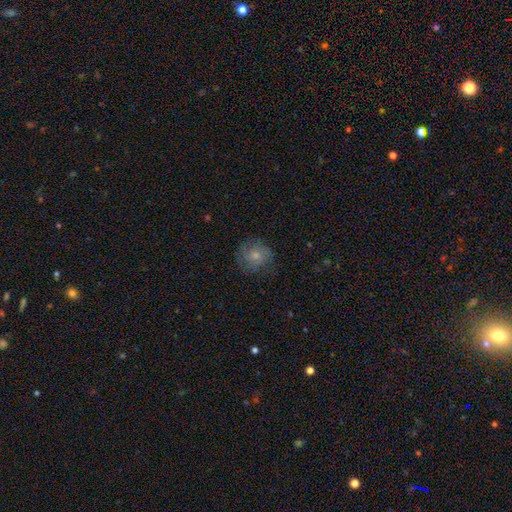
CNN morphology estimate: A smooth galaxy with no disk features (72%) that is round (85%). Merging: none (72%).